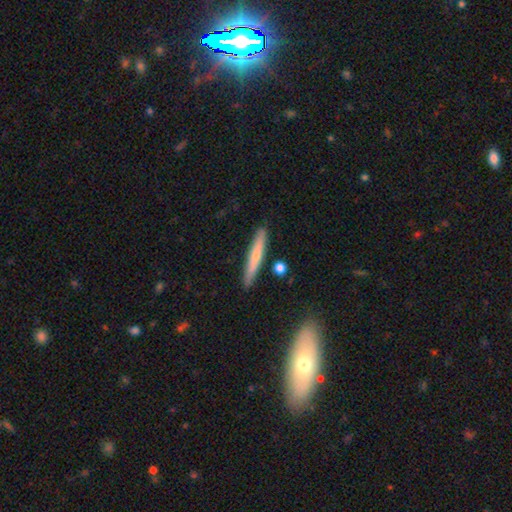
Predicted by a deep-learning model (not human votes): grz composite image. It shows a smooth galaxy with no disk features (65%) that is cigar-shaped (95%). Merging: none (87%).